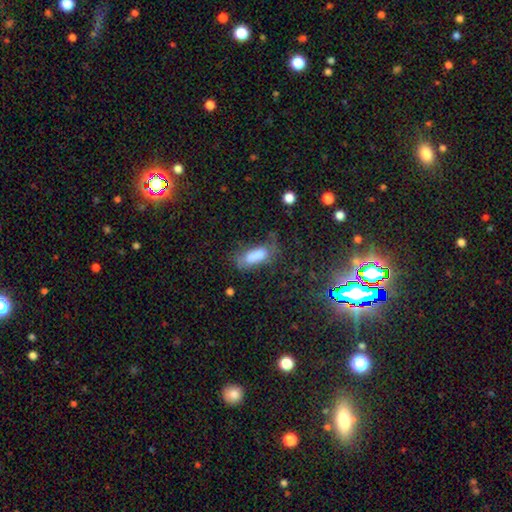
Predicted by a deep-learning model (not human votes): Smooth or featured: smooth — 73% (featured or disk — 16%)
How rounded: in between — 76% (cigar-shaped — 21%)
Merging: none — 39% (minor disturbance — 31%)